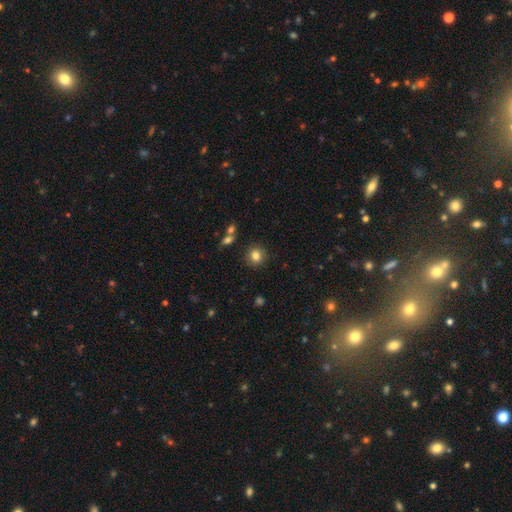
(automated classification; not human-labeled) Smooth or featured: smooth — 82% (star or artifact — 11%)
How rounded: round — 88% (in between — 11%)
Merging: none — 87% (minor disturbance — 7%)